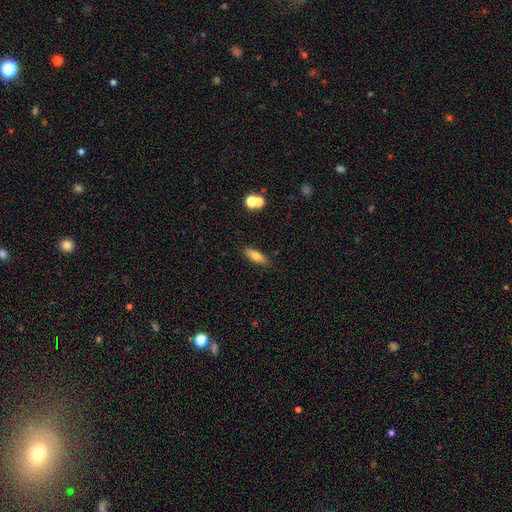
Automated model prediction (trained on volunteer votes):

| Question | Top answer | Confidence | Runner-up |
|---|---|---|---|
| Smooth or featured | smooth | 72% | featured or disk (19%) |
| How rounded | in between | 59% | cigar-shaped (38%) |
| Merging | none | 84% | minor disturbance (10%) |